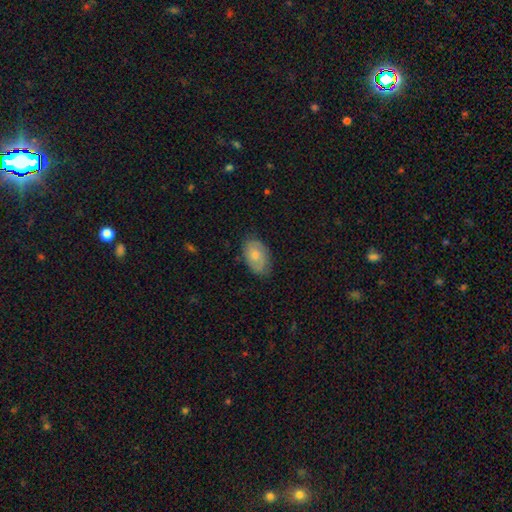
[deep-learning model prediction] A smooth galaxy with no disk features (52%) that is in between round and cigar-shaped (89%). Merging: none (73%).